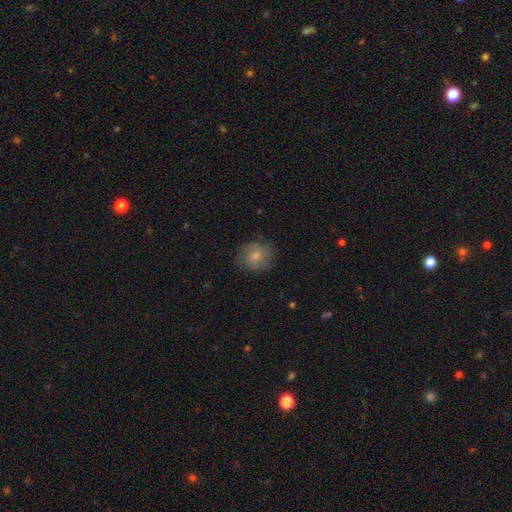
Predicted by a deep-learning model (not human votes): Smooth or featured: smooth — 71% (featured or disk — 21%)
How rounded: round — 81% (in between — 18%)
Merging: none — 75% (minor disturbance — 19%)